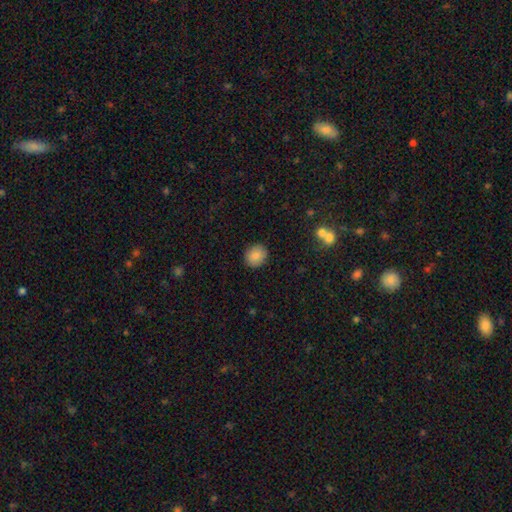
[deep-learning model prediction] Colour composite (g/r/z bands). It shows a smooth galaxy with no disk features (86%) that is round (82%). Merging: none (89%).